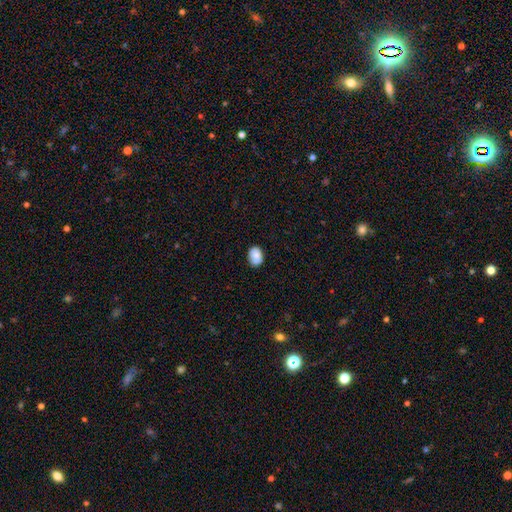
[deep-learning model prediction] smooth_or_featured: smooth (p=0.81) [alt: featured or disk p=0.11]
how_rounded: in between (p=0.76) [alt: round p=0.23]
merging: none (p=0.74) [alt: minor disturbance p=0.20]